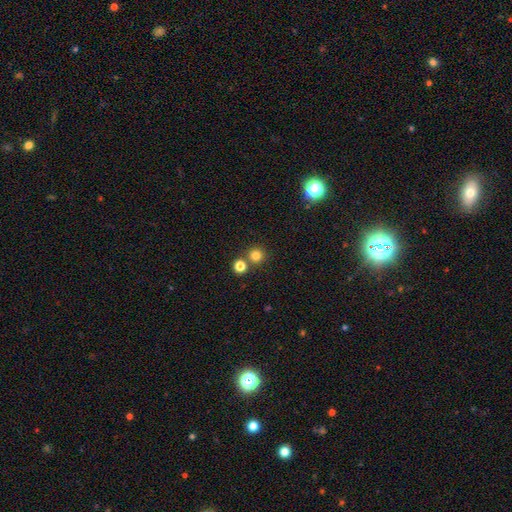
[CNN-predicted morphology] Smooth or featured? Predicted: smooth (p=0.79). How rounded? Predicted: round (p=0.94). Merging? Predicted: none (p=0.74).